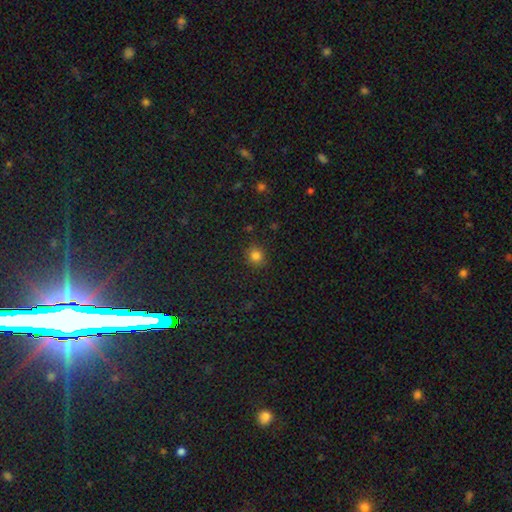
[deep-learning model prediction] This is clearly a smooth galaxy (81%). How rounded: clearly round (84%). Merging: clearly none (86%).